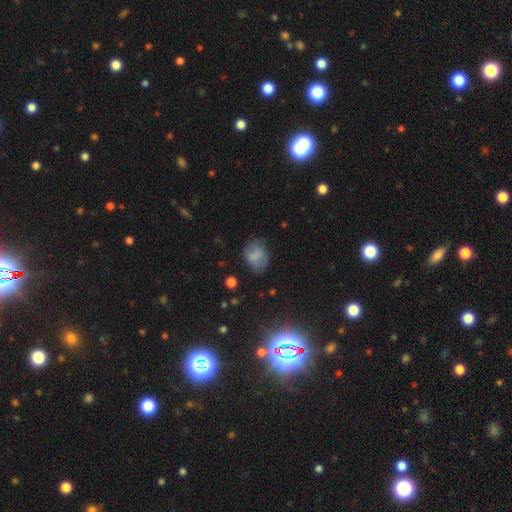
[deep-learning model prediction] smooth_or_featured: smooth (p=0.70) [alt: featured or disk p=0.18]
how_rounded: in between (p=0.66) [alt: round p=0.33]
merging: none (p=0.63) [alt: minor disturbance p=0.25]